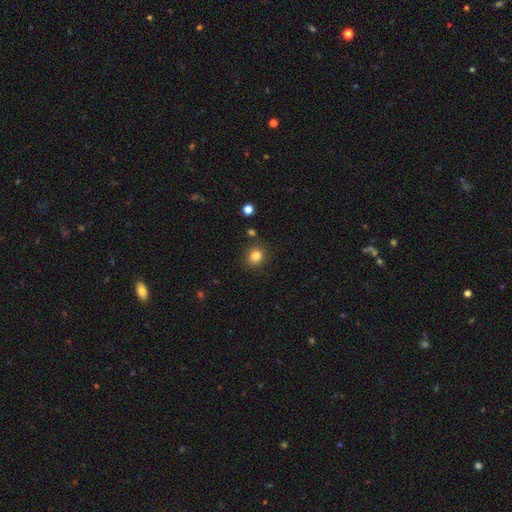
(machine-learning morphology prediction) The model was most divided on "how rounded": round: 80%, in between: 19%, cigar-shaped: 1%. More confident: merging — none (85%); smooth or featured — smooth (83%).